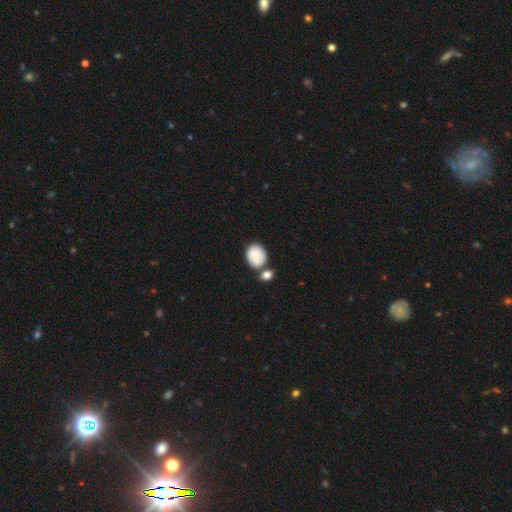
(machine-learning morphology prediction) Smooth or featured?
  - smooth: 85% *
  - featured or disk: 8%
  - star or artifact: 7%
How rounded?
  - in between: 51% *
  - round: 48%
  - cigar-shaped: 1%
Merging?
  - none: 50% *
  - merger: 29%
  - minor disturbance: 17%
  - major disturbance: 5%